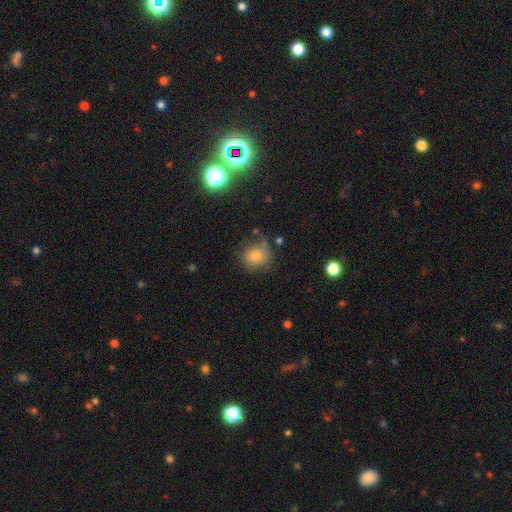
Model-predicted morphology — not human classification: Q: Smooth or featured?
A: smooth (75%); runner-up: star or artifact (15%)
Q: How rounded?
A: round (82%); runner-up: in between (16%)
Q: Merging?
A: none (72%); runner-up: minor disturbance (19%)